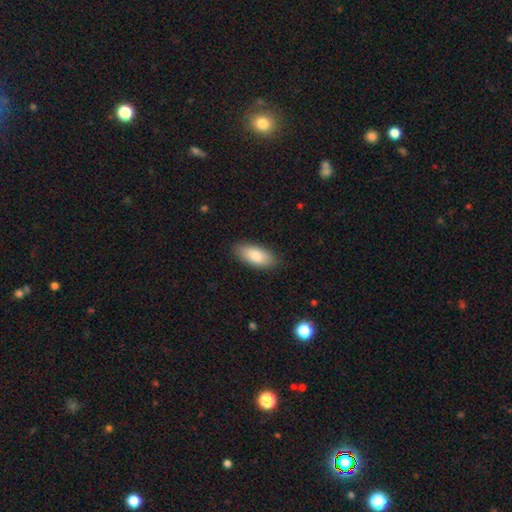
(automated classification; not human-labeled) Smooth or featured? Predicted: smooth (p=0.86). How rounded? Predicted: in between (p=0.87). Merging? Predicted: none (p=0.86).